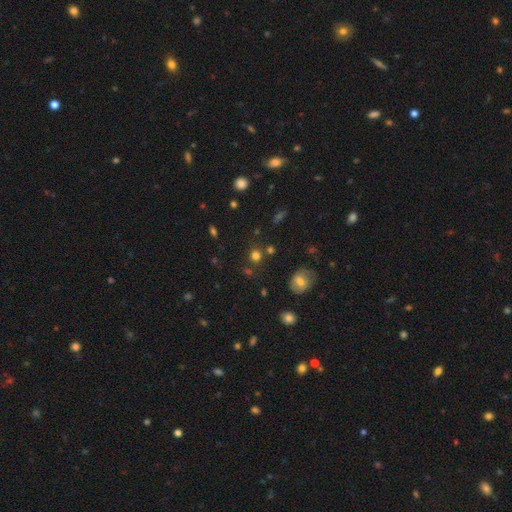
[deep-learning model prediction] smooth-or-featured: smooth: 74% | star or artifact: 19% | featured or disk: 7%
  how-rounded: round: 86% | in between: 13% | cigar-shaped: 1%
  merging: none: 78% | minor disturbance: 9% | merger: 9% | major disturbance: 4%